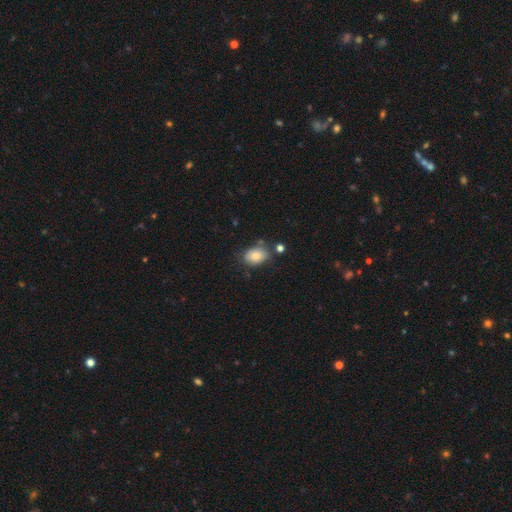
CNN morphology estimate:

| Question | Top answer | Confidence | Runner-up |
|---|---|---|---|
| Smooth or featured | smooth | 81% | featured or disk (10%) |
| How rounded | in between | 81% | round (18%) |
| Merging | none | 65% | minor disturbance (21%) |